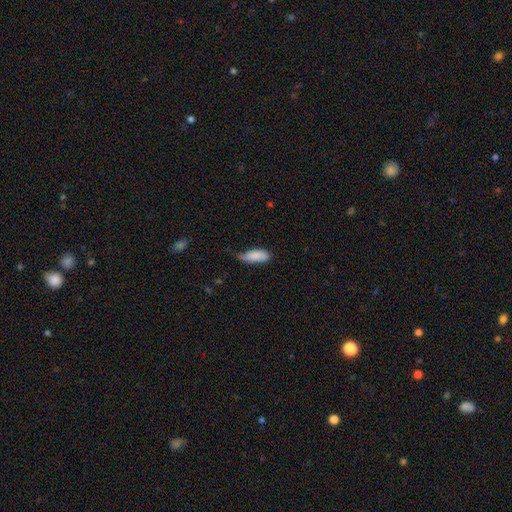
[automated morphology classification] smooth 86%, featured or disk 8%, star or artifact 6%. Down the decision tree: how rounded — in between (77%); merging — minor disturbance (46%).